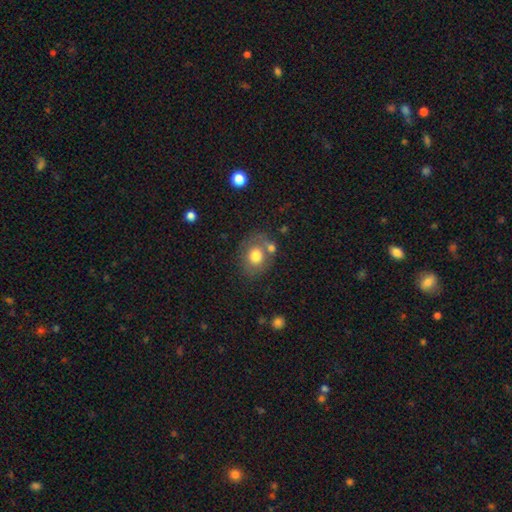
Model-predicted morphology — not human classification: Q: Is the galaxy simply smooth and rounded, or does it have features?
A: smooth — 74%.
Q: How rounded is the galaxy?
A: round — 61%.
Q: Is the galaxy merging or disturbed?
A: none — 61%.